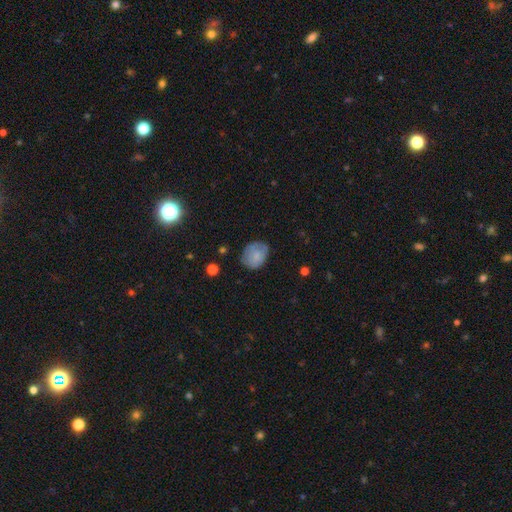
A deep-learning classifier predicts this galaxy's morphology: The model was most divided on "how rounded": round: 51%, in between: 48%, cigar-shaped: 1%. More confident: smooth or featured — smooth (74%); merging — none (65%).